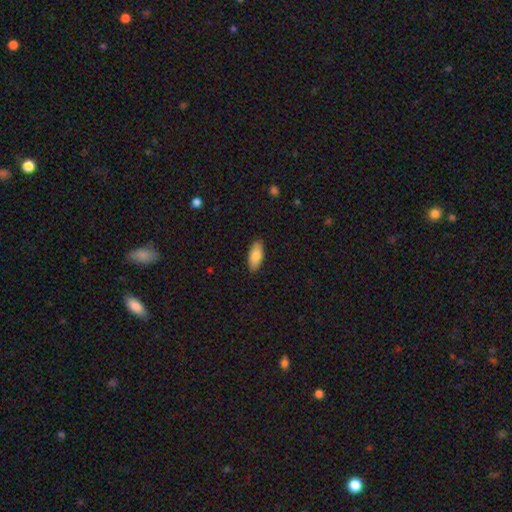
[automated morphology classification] Q: Smooth or featured?
A: smooth (82%); runner-up: featured or disk (13%)
Q: How rounded?
A: in between (85%); runner-up: cigar-shaped (13%)
Q: Merging?
A: none (89%); runner-up: minor disturbance (9%)